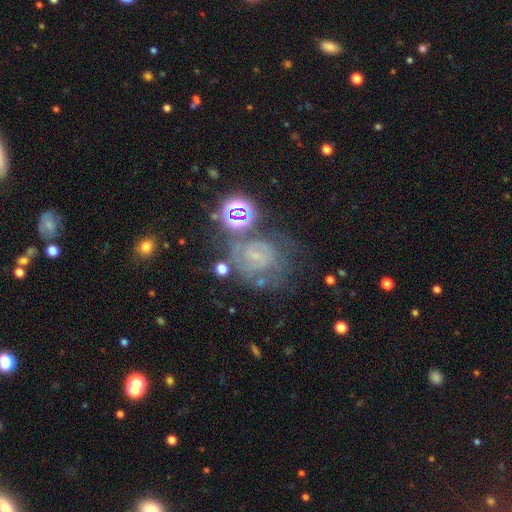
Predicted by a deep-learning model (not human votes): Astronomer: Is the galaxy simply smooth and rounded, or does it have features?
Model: featured or disk — 61%.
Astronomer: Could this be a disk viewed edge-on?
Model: no — 97%.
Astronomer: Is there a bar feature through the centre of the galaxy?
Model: no — 48% (runner-up: weak, 39%).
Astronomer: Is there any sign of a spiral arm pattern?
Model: yes — 83%.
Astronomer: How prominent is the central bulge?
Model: small — 63%.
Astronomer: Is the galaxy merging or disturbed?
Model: none — 52%.